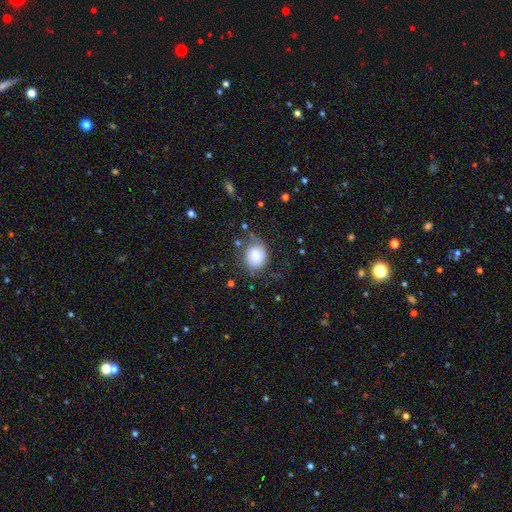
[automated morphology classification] Smooth or featured?
  - smooth: 69% *
  - featured or disk: 22%
  - star or artifact: 9%
How rounded?
  - round: 57% *
  - in between: 42%
  - cigar-shaped: 1%
Merging?
  - none: 55% *
  - minor disturbance: 27%
  - major disturbance: 15%
  - merger: 3%